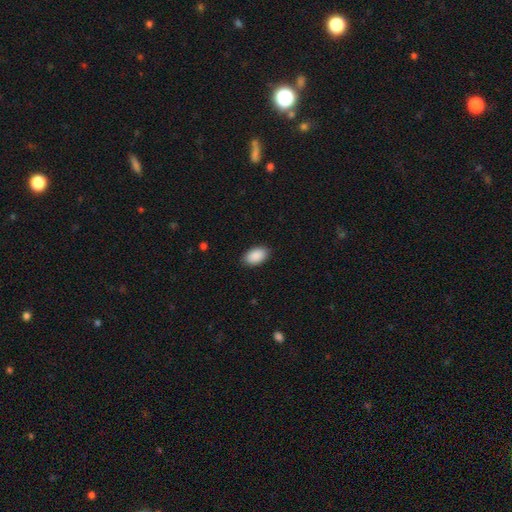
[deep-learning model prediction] Smooth or featured: smooth — 91% (star or artifact — 6%)
How rounded: in between — 93% (round — 6%)
Merging: none — 87% (minor disturbance — 10%)